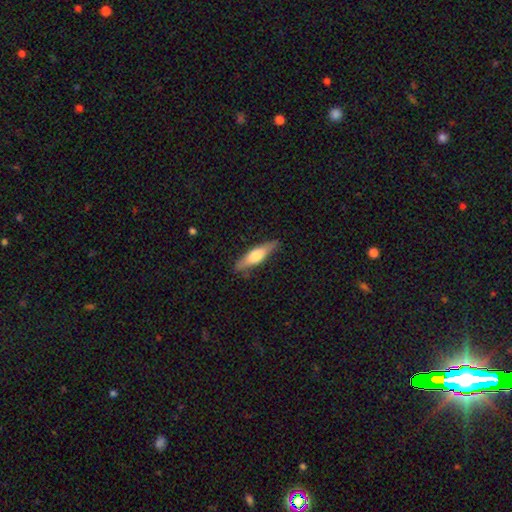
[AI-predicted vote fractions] smooth 49%, featured or disk 46%, star or artifact 5%. Down the decision tree: merging — none (85%).